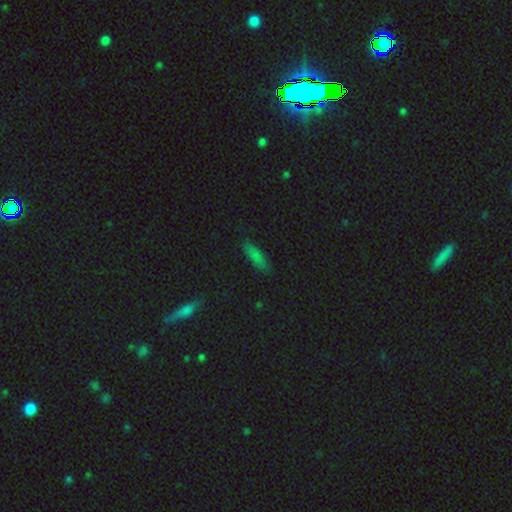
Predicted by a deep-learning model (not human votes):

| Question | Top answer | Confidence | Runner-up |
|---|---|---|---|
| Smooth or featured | smooth | 77% | star or artifact (13%) |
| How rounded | in between | 52% | cigar-shaped (45%) |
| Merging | none | 85% | minor disturbance (12%) |